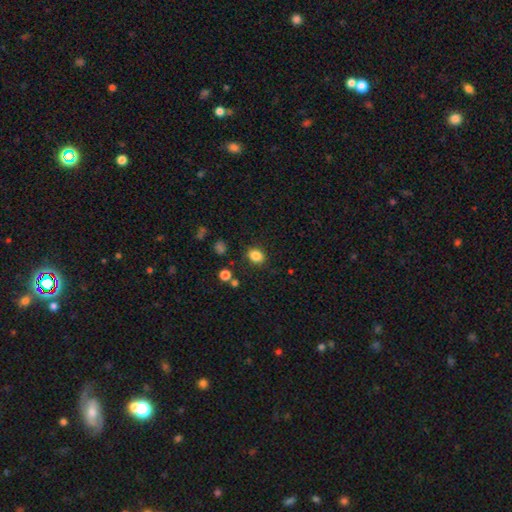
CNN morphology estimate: type=smooth (84%); roundness=in between (55%); merging=none (85%).